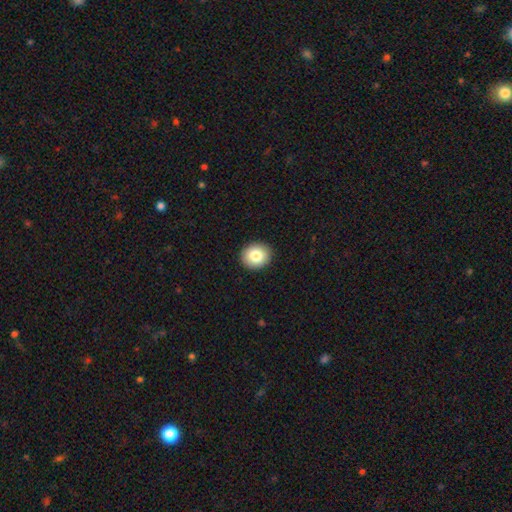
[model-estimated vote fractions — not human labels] smooth_or_featured: smooth (p=0.83) [alt: star or artifact p=0.08]
how_rounded: round (p=0.78) [alt: in between p=0.21]
merging: none (p=0.92) [alt: minor disturbance p=0.06]